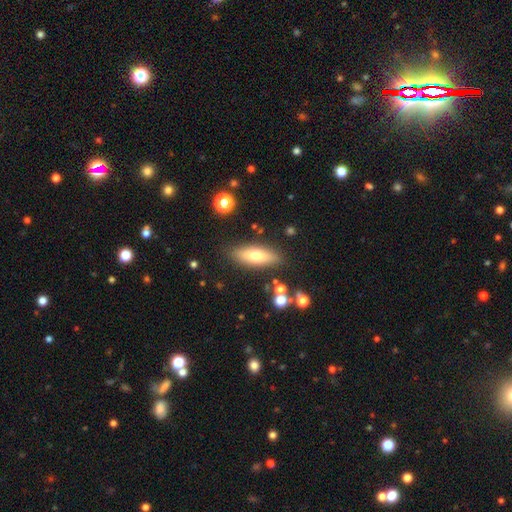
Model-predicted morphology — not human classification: A smooth galaxy with no disk features (62%) that is in between round and cigar-shaped (59%).

Vote fractions:
- Smooth or featured? smooth: 62% / featured or disk: 30% / star or artifact: 8%
- How rounded? in between: 59% / cigar-shaped: 38% / round: 3%
- Merging? none: 84% / minor disturbance: 10% / major disturbance: 3% / merger: 3%